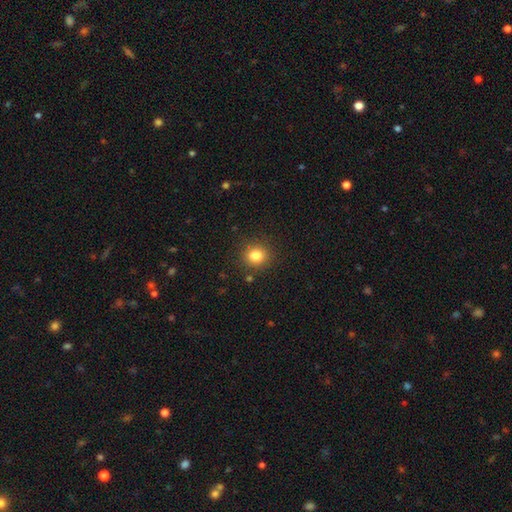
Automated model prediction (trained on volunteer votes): This is clearly a smooth galaxy (83%). How rounded: likely round (79%). Merging: clearly none (87%).